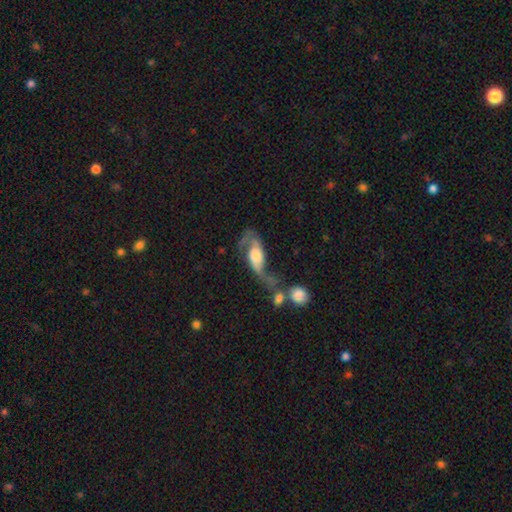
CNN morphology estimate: smooth_or_featured: featured or disk (p=0.73) [alt: smooth p=0.20]
disk_edge_on: no (p=0.90) [alt: yes p=0.10]
bar: no (p=0.56) [alt: weak p=0.32]
has_spiral_arms: yes (p=0.90) [alt: no p=0.10]
spiral_winding: loose (p=0.74) [alt: medium p=0.21]
spiral_arm_count: 2 (p=0.86) [alt: 1 p=0.07]
bulge_size: large (p=0.40) [alt: moderate p=0.33]
merging: major disturbance (p=0.30) [alt: none p=0.27]